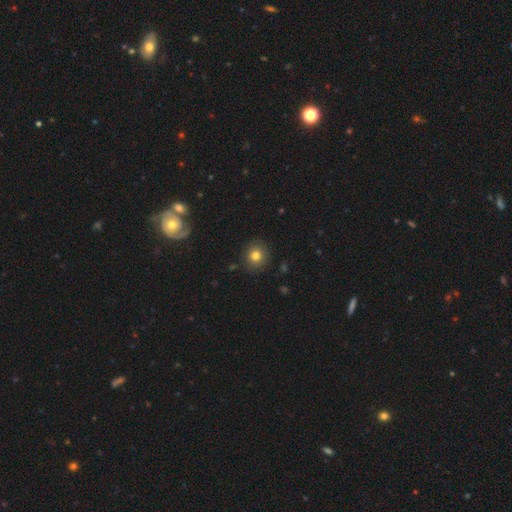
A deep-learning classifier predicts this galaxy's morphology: Smooth or featured? Predicted: smooth (p=0.78). How rounded? Predicted: round (p=0.88). Merging? Predicted: none (p=0.89).